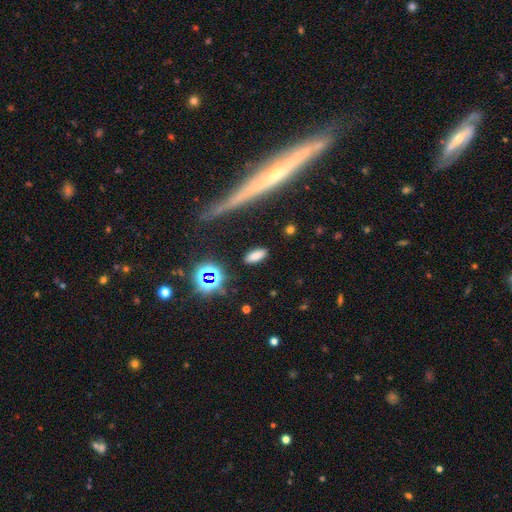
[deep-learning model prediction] This is likely a smooth galaxy (77%). How rounded: clearly in between (84%). Merging: clearly none (87%).